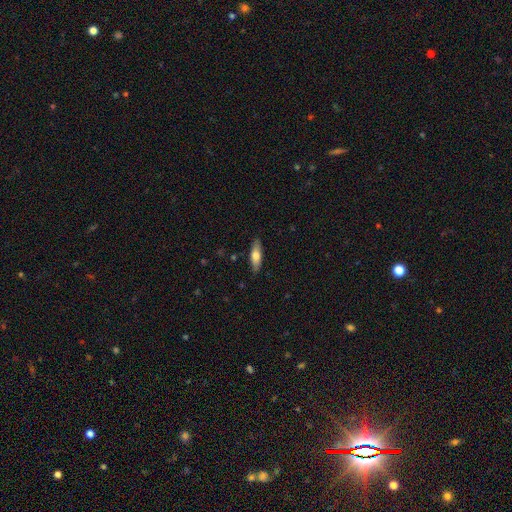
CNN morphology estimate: A smooth galaxy with no disk features (64%) that is cigar-shaped (53%). Merging: none (87%).